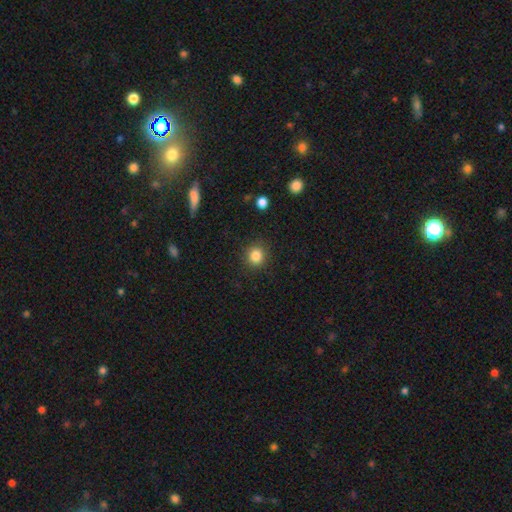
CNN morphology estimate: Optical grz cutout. It shows a smooth galaxy with no disk features (84%) that is round (86%). Merging: none (88%).